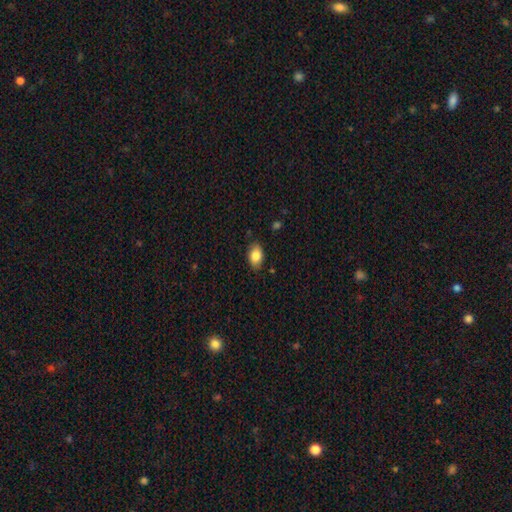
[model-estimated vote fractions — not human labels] Smooth or featured: smooth — 85% (featured or disk — 8%)
How rounded: in between — 88% (round — 10%)
Merging: none — 83% (minor disturbance — 13%)